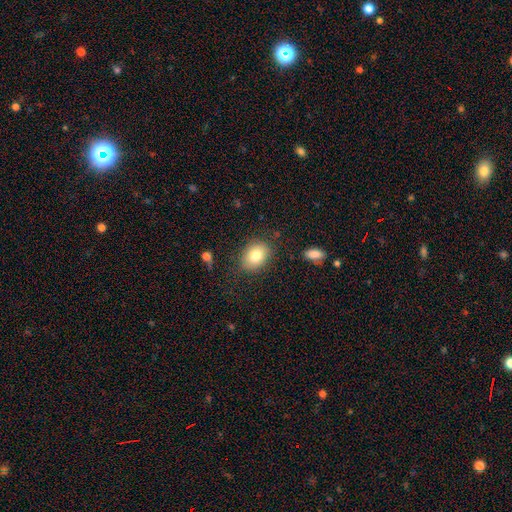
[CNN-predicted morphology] Overall: smooth (81%). How rounded: in between (70%). Merging: none (82%).